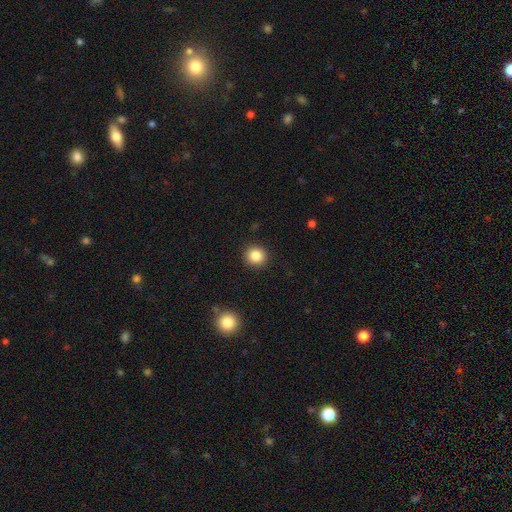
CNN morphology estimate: This is clearly a smooth galaxy (85%). How rounded: clearly round (91%). Merging: clearly none (91%).